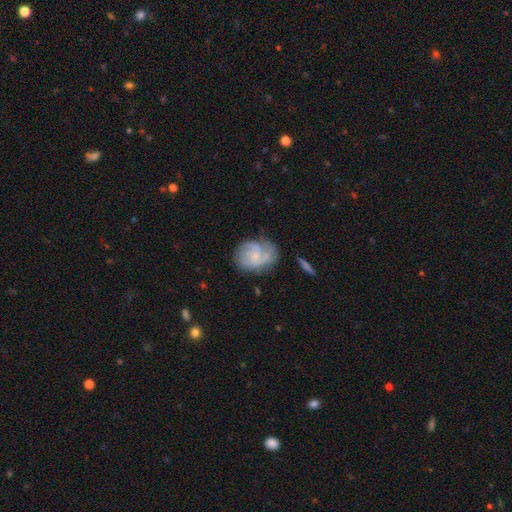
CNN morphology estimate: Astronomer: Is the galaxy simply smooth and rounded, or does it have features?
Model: featured or disk — 57% (runner-up: smooth, 36%).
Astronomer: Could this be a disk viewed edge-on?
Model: no — 97%.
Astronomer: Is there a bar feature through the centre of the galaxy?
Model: no — 71%.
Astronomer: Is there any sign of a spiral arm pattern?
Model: yes — 83%.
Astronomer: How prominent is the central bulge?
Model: small — 55%.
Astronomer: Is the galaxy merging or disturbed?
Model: none — 53%.